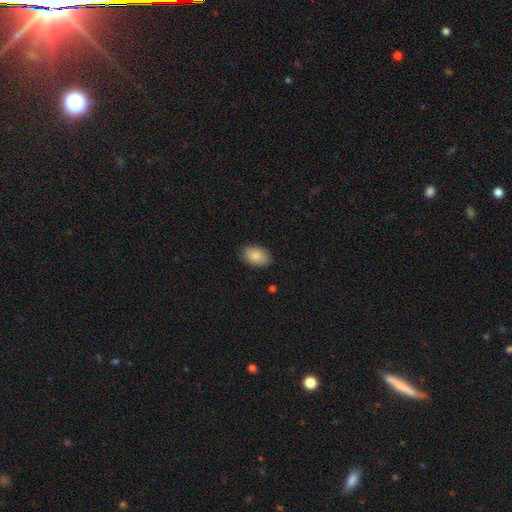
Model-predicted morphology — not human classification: Smooth or featured: smooth — 87% (star or artifact — 7%)
How rounded: in between — 89% (round — 9%)
Merging: none — 85% (minor disturbance — 12%)